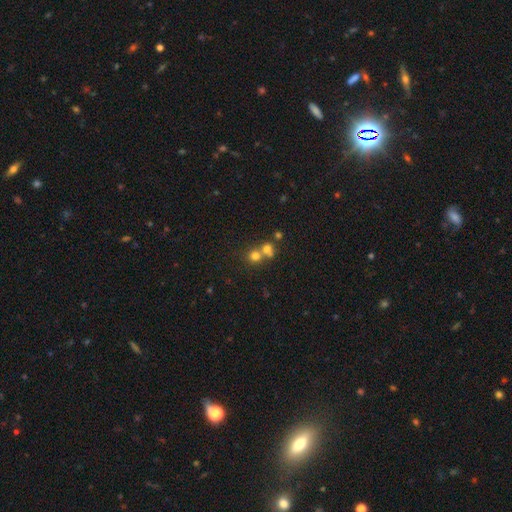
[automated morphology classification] Overall: smooth (69%). How rounded: round (87%). Merging: merger (49%; none 44%).